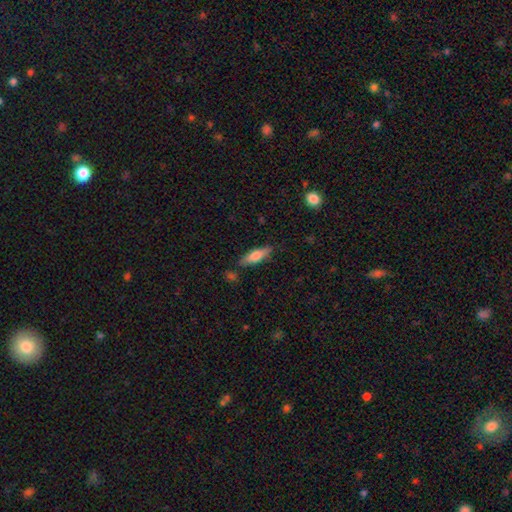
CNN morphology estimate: smooth_or_featured: smooth (p=0.66) [alt: featured or disk p=0.28]
how_rounded: cigar-shaped (p=0.57) [alt: in between p=0.41]
merging: none (p=0.81) [alt: minor disturbance p=0.13]